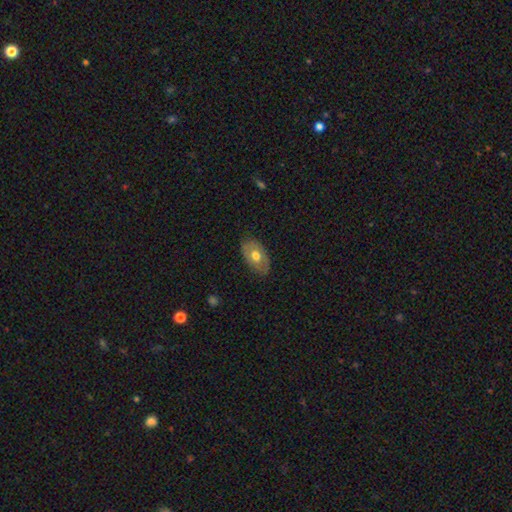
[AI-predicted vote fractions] This is possibly a smooth galaxy (53%). How rounded: clearly in between (88%). Merging: likely none (78%).